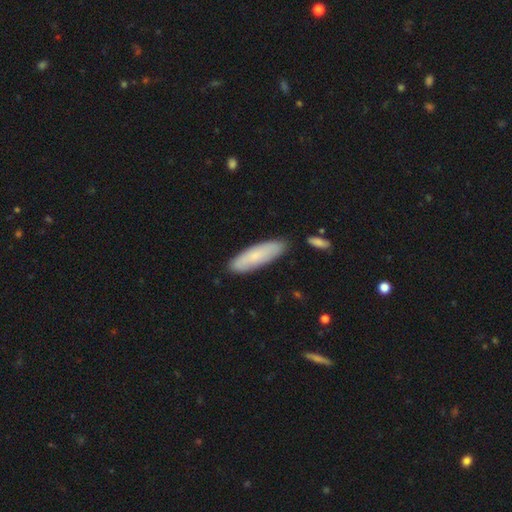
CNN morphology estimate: Overall: smooth (73%). How rounded: cigar-shaped (59%; in between 39%). Merging: none (83%).